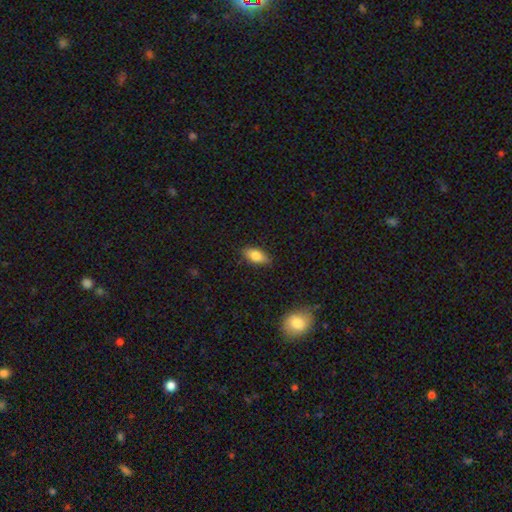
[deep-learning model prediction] This is likely a smooth galaxy (80%). How rounded: clearly in between (85%). Merging: clearly none (85%).